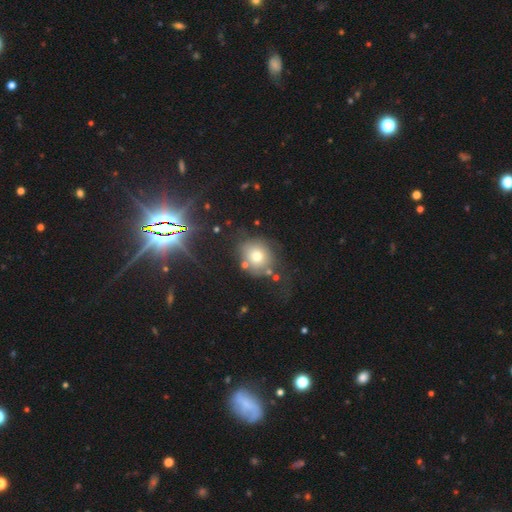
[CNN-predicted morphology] type=smooth (61%); roundness=round (77%); merging=none (66%).